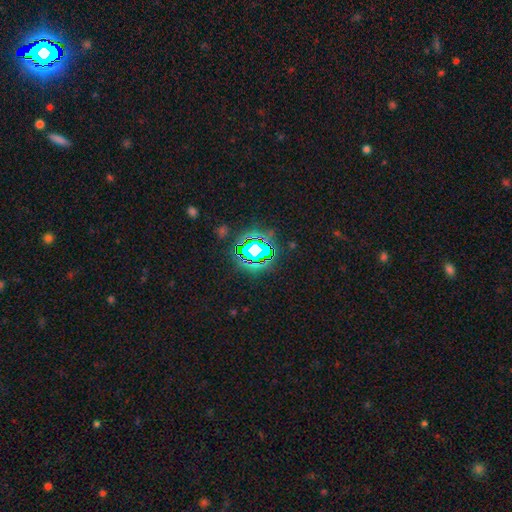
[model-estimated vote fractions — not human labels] smooth_or_featured: star or artifact (p=0.76) [alt: smooth p=0.15]